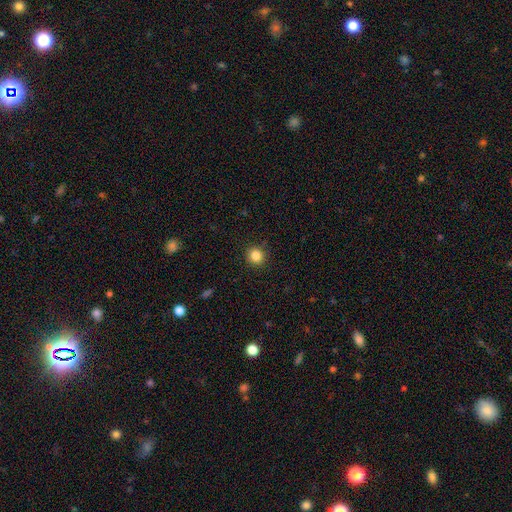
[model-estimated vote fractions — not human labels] smooth-or-featured: smooth: 85% | star or artifact: 11% | featured or disk: 4%
  how-rounded: round: 93% | in between: 6% | cigar-shaped: 1%
  merging: none: 91% | minor disturbance: 6% | major disturbance: 2% | merger: 1%